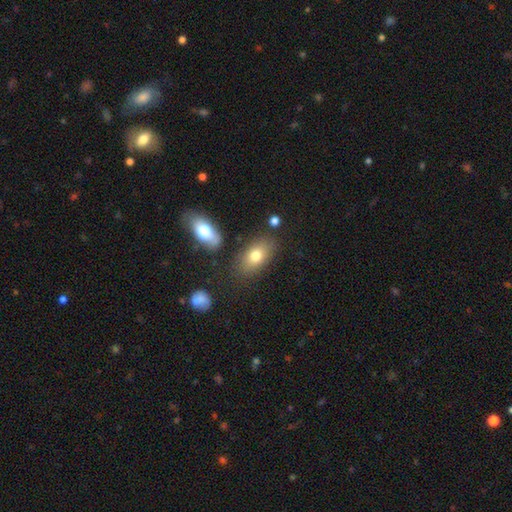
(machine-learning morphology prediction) A smooth galaxy with no disk features (76%) that is in between round and cigar-shaped (87%).

Vote fractions:
- Smooth or featured? smooth: 76% / featured or disk: 15% / star or artifact: 9%
- How rounded? in between: 87% / round: 9% / cigar-shaped: 3%
- Merging? none: 77% / minor disturbance: 14% / merger: 5% / major disturbance: 5%